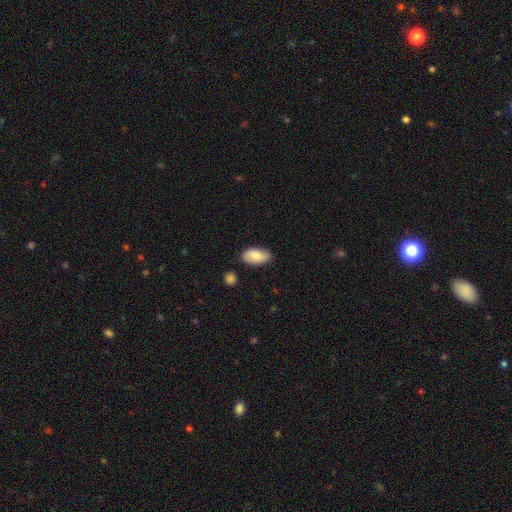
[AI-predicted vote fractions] Smooth or featured? smooth (78%)
How rounded? in between (94%)
Merging? none (81%)